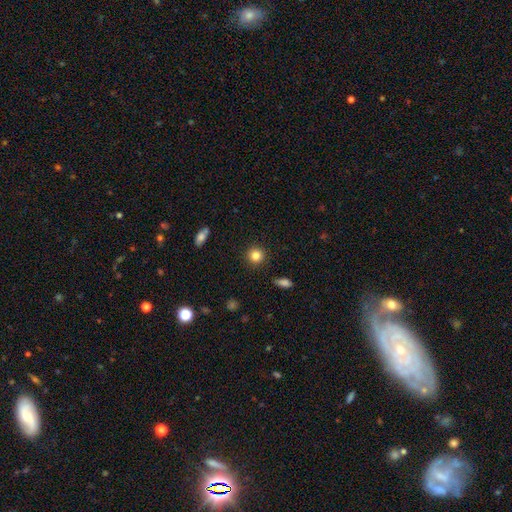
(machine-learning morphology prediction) smooth_or_featured: smooth (p=0.84) [alt: star or artifact p=0.10]
how_rounded: round (p=0.93) [alt: in between p=0.06]
merging: none (p=0.91) [alt: minor disturbance p=0.05]